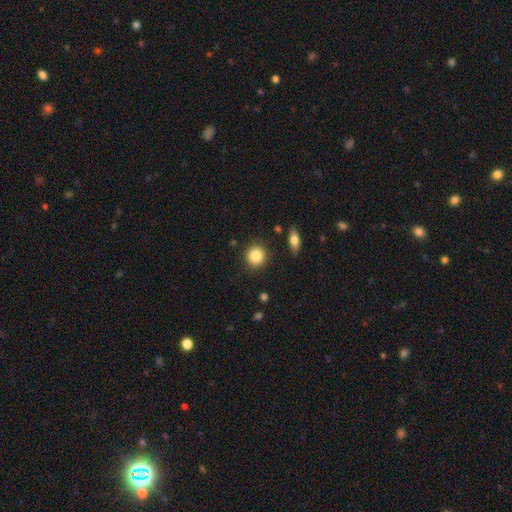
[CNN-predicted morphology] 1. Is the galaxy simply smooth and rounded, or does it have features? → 86% smooth, 8% star or artifact, 5% featured or disk.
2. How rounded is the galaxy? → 87% round, 12% in between, 1% cigar-shaped.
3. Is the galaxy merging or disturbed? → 88% none, 8% minor disturbance, 2% major disturbance, 2% merger.